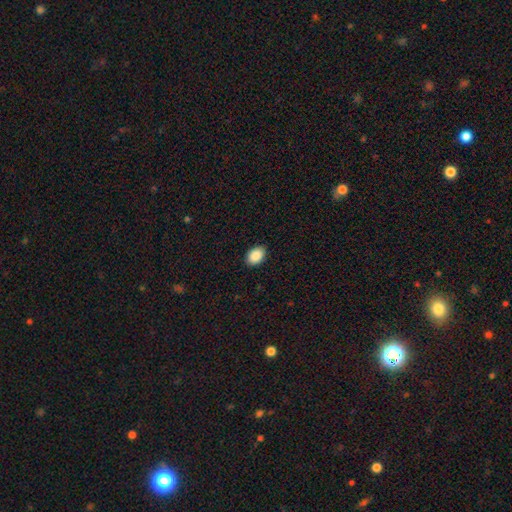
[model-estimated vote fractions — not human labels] A smooth galaxy with no disk features (89%) that is in between round and cigar-shaped (83%). Merging: none (90%).